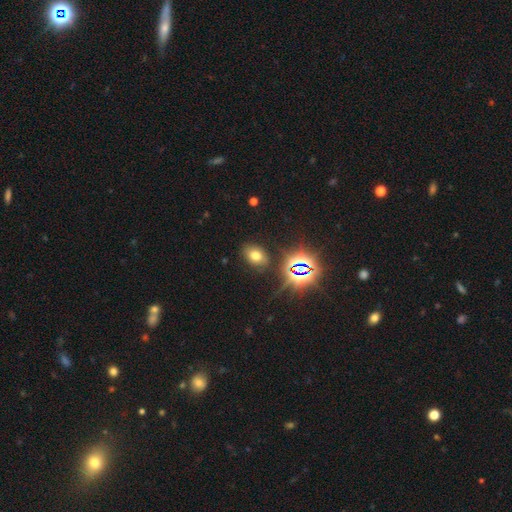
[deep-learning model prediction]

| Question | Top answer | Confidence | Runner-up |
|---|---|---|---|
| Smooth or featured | smooth | 63% | star or artifact (27%) |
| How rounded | in between | 74% | round (24%) |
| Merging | none | 84% | minor disturbance (10%) |